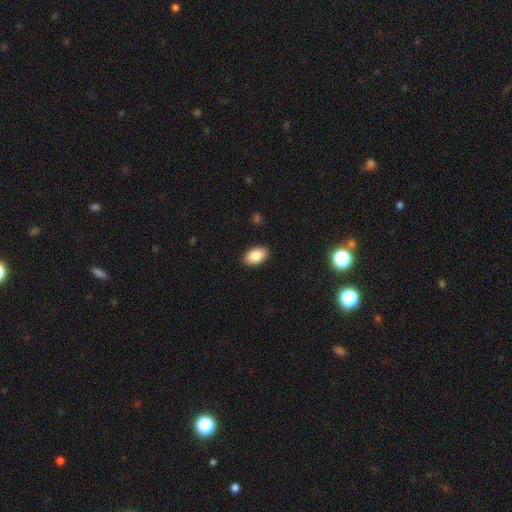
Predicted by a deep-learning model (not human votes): This is clearly a smooth galaxy (86%). How rounded: clearly in between (92%). Merging: clearly none (90%).